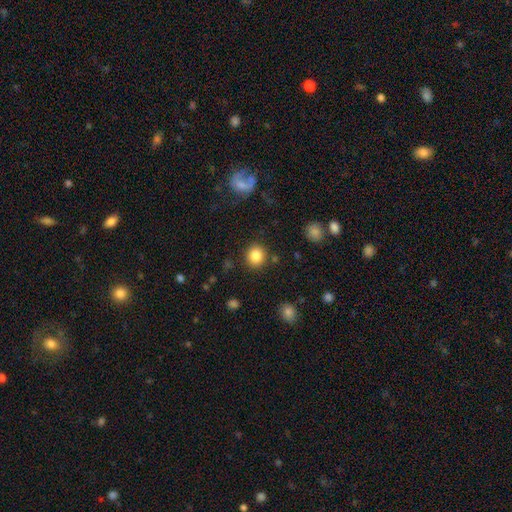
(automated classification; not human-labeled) Smooth or featured: smooth — 85% (star or artifact — 10%)
How rounded: round — 85% (in between — 14%)
Merging: none — 87% (minor disturbance — 7%)